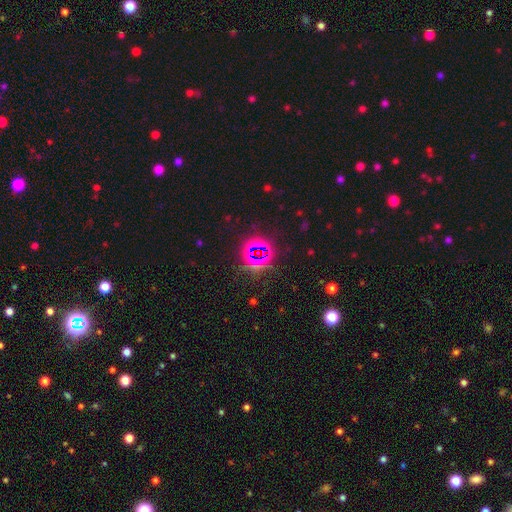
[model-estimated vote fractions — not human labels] This appears to be a star or artifact, not a galaxy (79%).